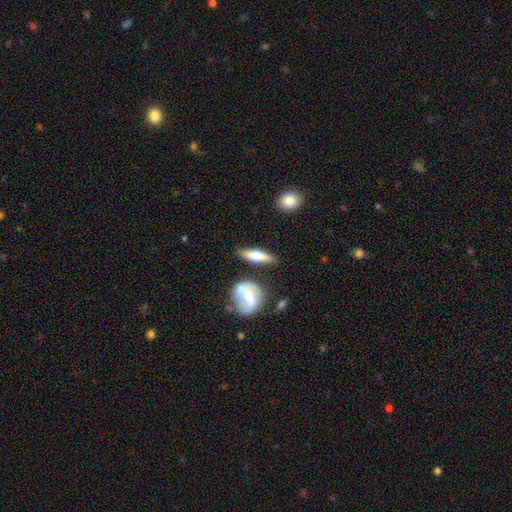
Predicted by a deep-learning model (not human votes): A smooth galaxy with no disk features (56%) that is cigar-shaped (65%). Merging: none (77%).